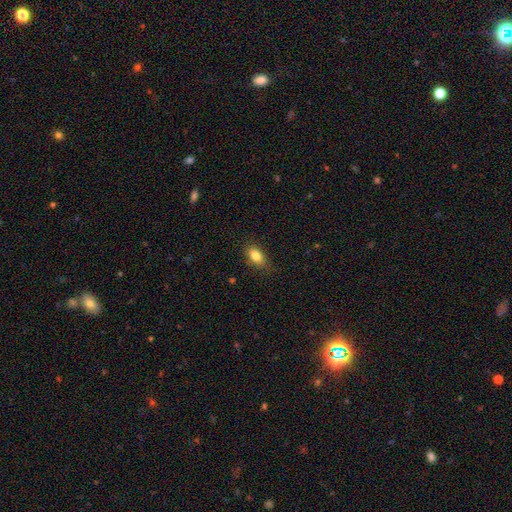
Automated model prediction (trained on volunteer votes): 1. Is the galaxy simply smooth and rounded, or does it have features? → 83% smooth, 9% star or artifact, 8% featured or disk.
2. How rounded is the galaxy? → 84% in between, 13% round, 3% cigar-shaped.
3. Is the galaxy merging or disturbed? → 81% none, 15% minor disturbance, 3% major disturbance, 1% merger.